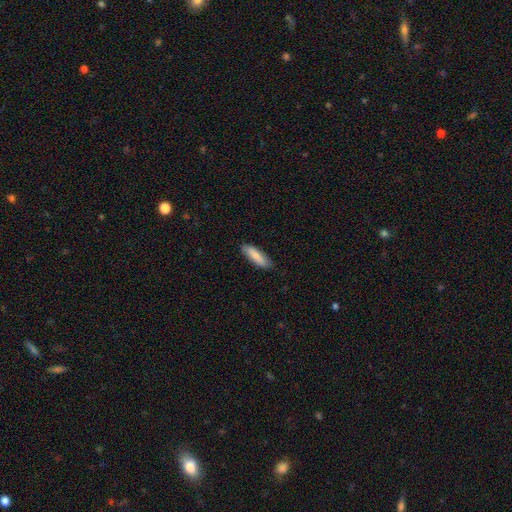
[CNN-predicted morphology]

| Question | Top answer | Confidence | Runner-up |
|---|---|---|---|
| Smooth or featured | smooth | 80% | featured or disk (15%) |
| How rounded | cigar-shaped | 52% | in between (46%) |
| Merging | none | 82% | minor disturbance (14%) |